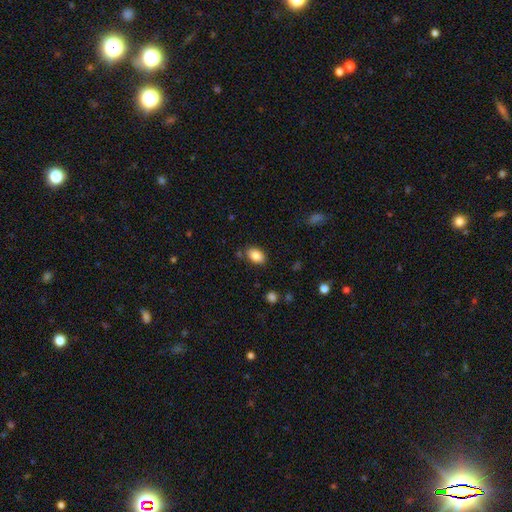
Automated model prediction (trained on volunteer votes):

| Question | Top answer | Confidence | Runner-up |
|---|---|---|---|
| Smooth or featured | smooth | 86% | star or artifact (8%) |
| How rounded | in between | 87% | round (11%) |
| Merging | none | 81% | minor disturbance (12%) |